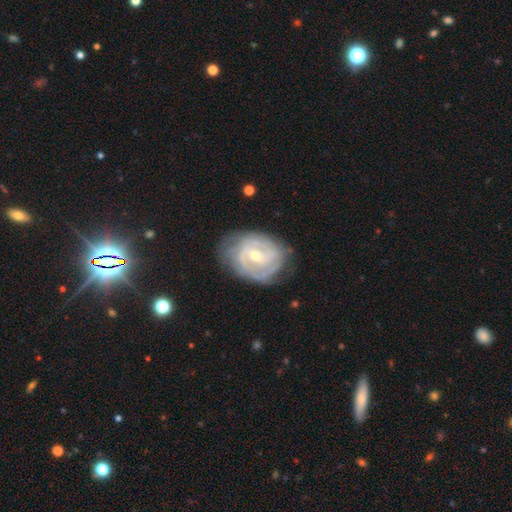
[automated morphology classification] smooth-or-featured: featured or disk: 84% | smooth: 10% | star or artifact: 5%
  disk-edge-on: no: 97% | yes: 3%
    bar: weak: 47% | no: 35% | strong: 18%
    has-spiral-arms: yes: 92% | no: 8%
      spiral-winding: tight: 63% | medium: 30% | loose: 8%
      spiral-arm-count: 2: 41% | can't tell: 32% | 3: 15% | 4: 5% | 1: 4% | more than 4: 3%
    bulge-size: small: 57% | moderate: 40% | large: 1% | none: 1% | dominant: 1%
  merging: none: 68% | minor disturbance: 22% | major disturbance: 8% | merger: 1%